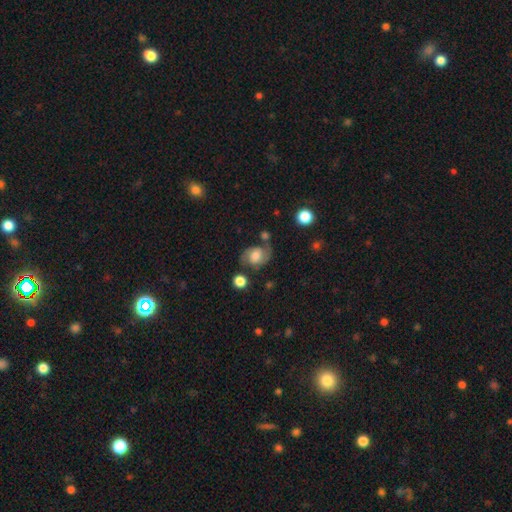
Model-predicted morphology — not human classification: A featured or disk galaxy (56%) with no bar (64%), spiral arms (85%) and a moderate central bulge (54%).

Vote fractions:
- Smooth or featured? featured or disk: 56% / smooth: 36% / star or artifact: 9%
- Edge-on disk? no: 97% / yes: 3%
- Bar? no: 64% / weak: 30% / strong: 6%
- Spiral arms? yes: 85% / no: 15%
- Bulge size? moderate: 54% / large: 25% / small: 14% / none: 4% / dominant: 3%
- Merging? none: 63% / minor disturbance: 20% / major disturbance: 9% / merger: 7%